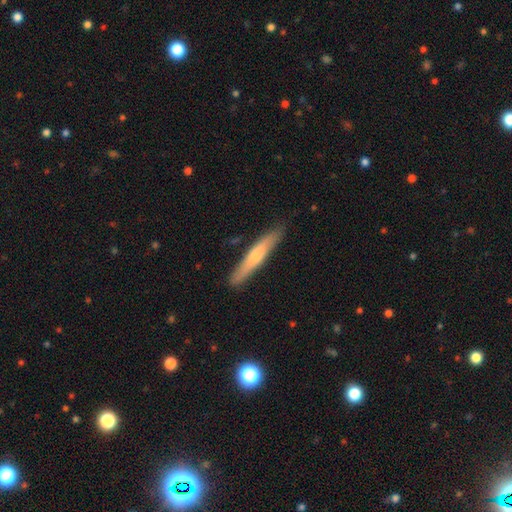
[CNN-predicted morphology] Overall: smooth (61%; featured or disk 34%). How rounded: cigar-shaped (93%). Merging: none (85%).